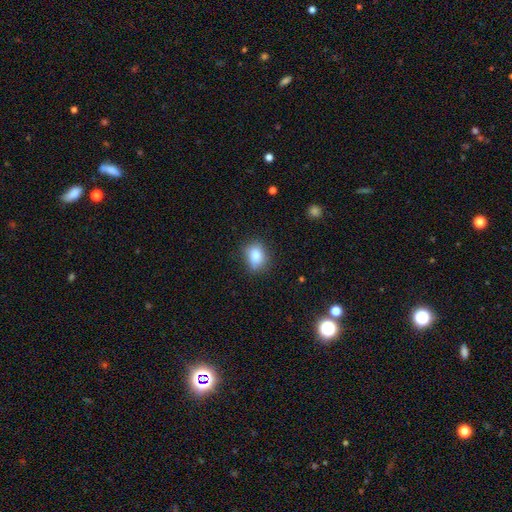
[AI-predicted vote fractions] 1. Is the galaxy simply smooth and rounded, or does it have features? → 83% smooth, 9% star or artifact, 7% featured or disk.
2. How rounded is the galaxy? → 58% in between, 40% round, 1% cigar-shaped.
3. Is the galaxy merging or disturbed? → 72% none, 22% minor disturbance, 5% major disturbance, 2% merger.